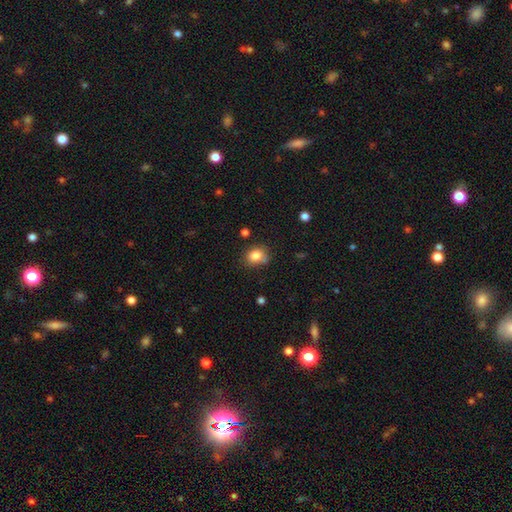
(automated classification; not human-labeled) Morphology: type=smooth (83%); roundness=round (59%); merging=none (68%).